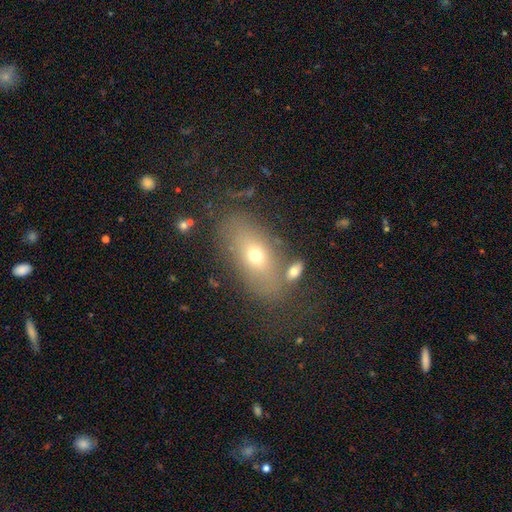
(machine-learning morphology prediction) This appears to be a smooth galaxy with no disk features (61%) that is in between round and cigar-shaped (82%). Merging: none (67%).